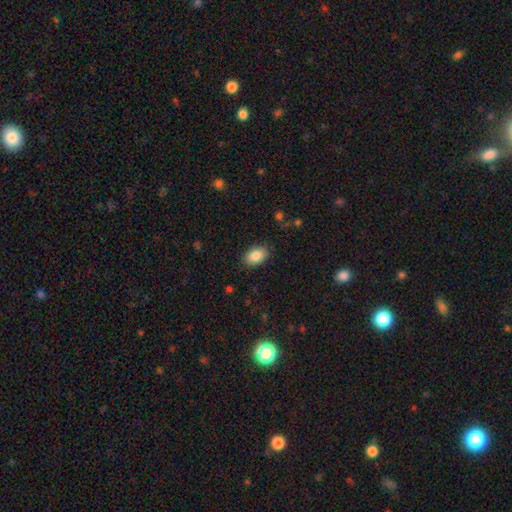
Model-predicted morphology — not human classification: Smooth or featured? smooth (87%)
How rounded? in between (88%)
Merging? none (87%)